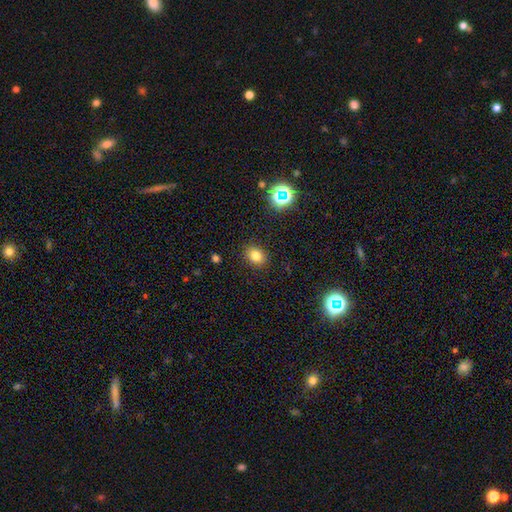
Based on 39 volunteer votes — A smooth galaxy with no disk features (79%) that is in between round and cigar-shaped (77%). Merging: none (91%).